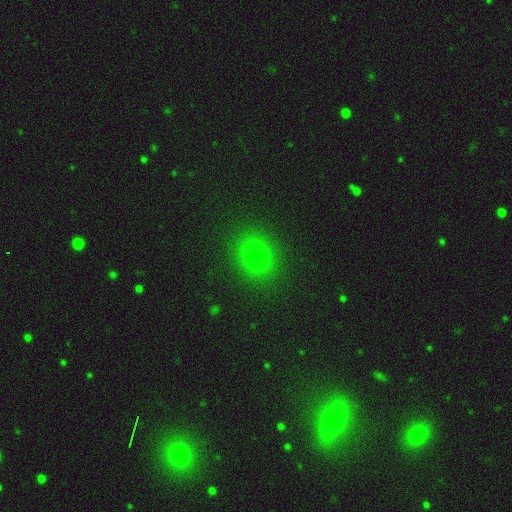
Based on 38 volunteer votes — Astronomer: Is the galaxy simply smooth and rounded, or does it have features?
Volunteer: smooth — 87%.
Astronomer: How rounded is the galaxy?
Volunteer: round — 64%.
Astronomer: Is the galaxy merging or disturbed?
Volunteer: none — 97%.